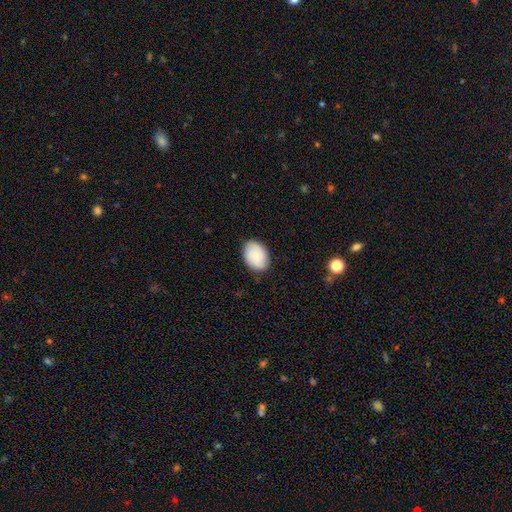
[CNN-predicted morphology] This is likely a smooth galaxy (73%). How rounded: clearly in between (81%). Merging: clearly none (82%).